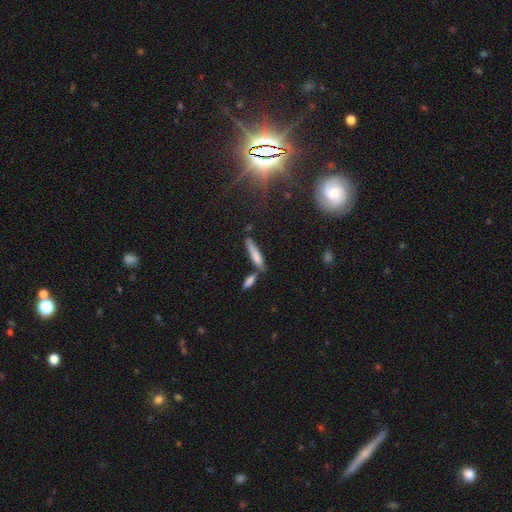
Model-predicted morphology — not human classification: smooth-or-featured: smooth: 72% | featured or disk: 20% | star or artifact: 8%
  how-rounded: cigar-shaped: 84% | in between: 14% | round: 2%
  merging: none: 63% | merger: 19% | minor disturbance: 14% | major disturbance: 4%